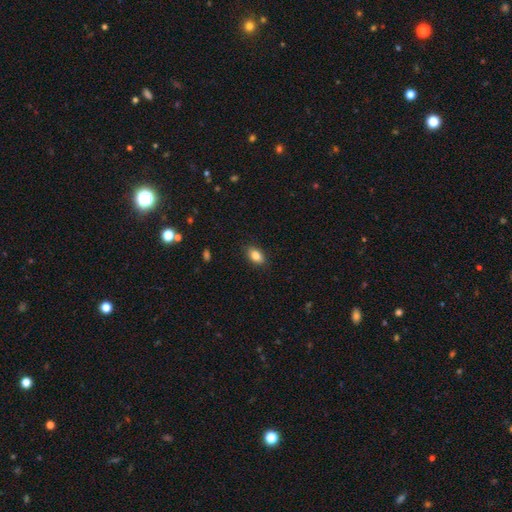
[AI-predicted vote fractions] A smooth galaxy with no disk features (84%) that is in between round and cigar-shaped (88%). Merging: none (88%).